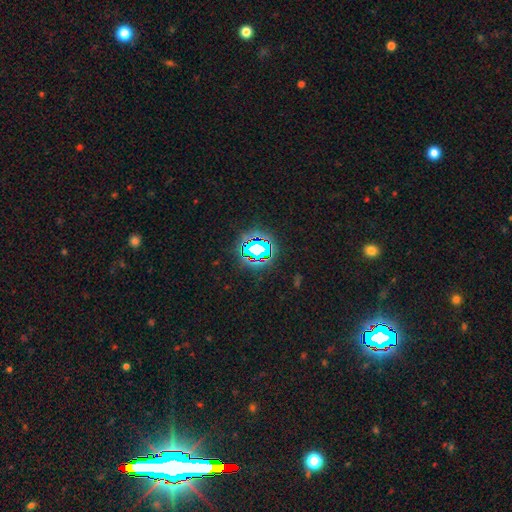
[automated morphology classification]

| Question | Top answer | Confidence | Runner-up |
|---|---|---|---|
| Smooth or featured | star or artifact | 74% | smooth (16%) |